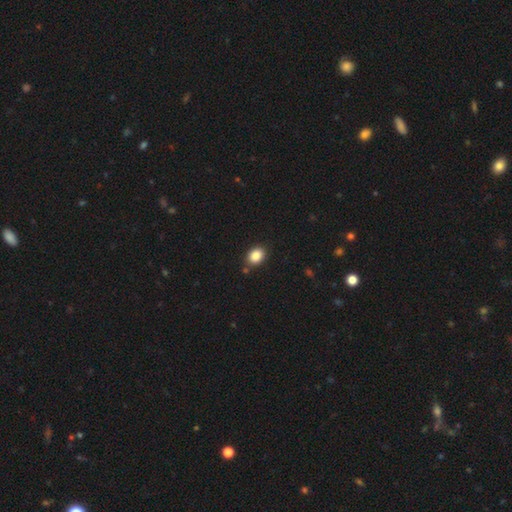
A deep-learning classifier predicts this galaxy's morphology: The model was most divided on "how rounded": in between: 68%, round: 31%, cigar-shaped: 1%. More confident: smooth or featured — smooth (87%); merging — none (83%).